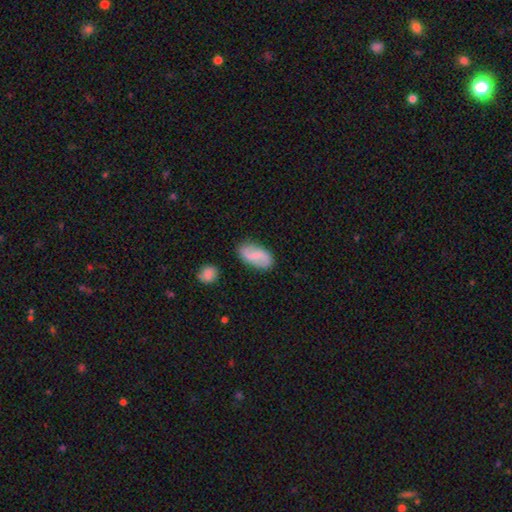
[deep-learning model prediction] A featured or disk galaxy (47%).

Vote fractions:
- Smooth or featured? featured or disk: 47% / smooth: 46% / star or artifact: 7%
- Merging? none: 80% / minor disturbance: 14% / major disturbance: 3% / merger: 2%